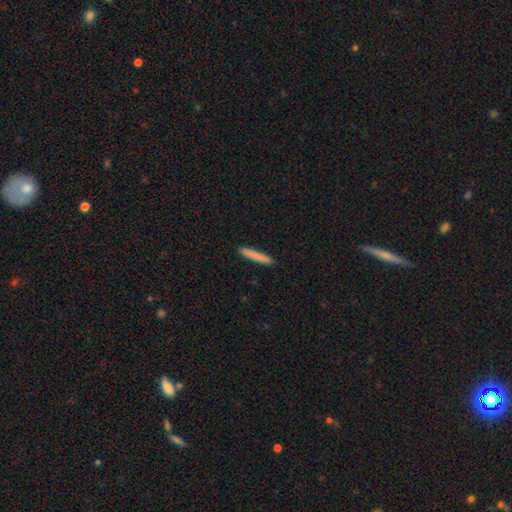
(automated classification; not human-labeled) Smooth or featured: smooth — 82% (featured or disk — 13%)
How rounded: cigar-shaped — 96% (in between — 3%)
Merging: none — 92% (minor disturbance — 5%)